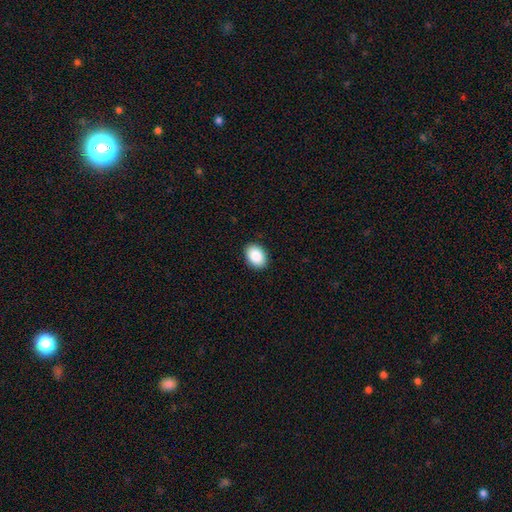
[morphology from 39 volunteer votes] This appears to be a smooth galaxy with no disk features (85%) that is in between round and cigar-shaped (88%). Merging: none (89%).